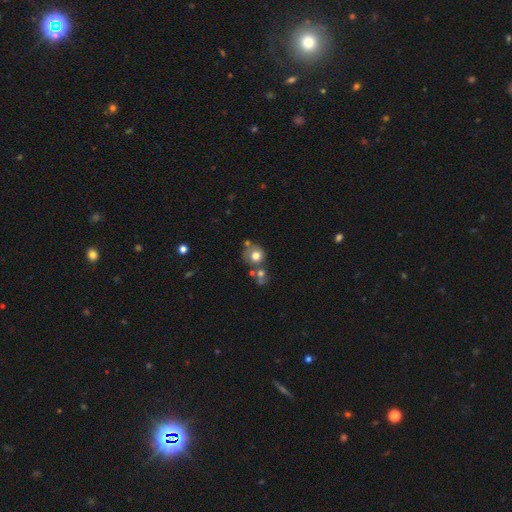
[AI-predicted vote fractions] This appears to be a smooth galaxy with no disk features (68%) that is round (79%). Merging: none (45%).